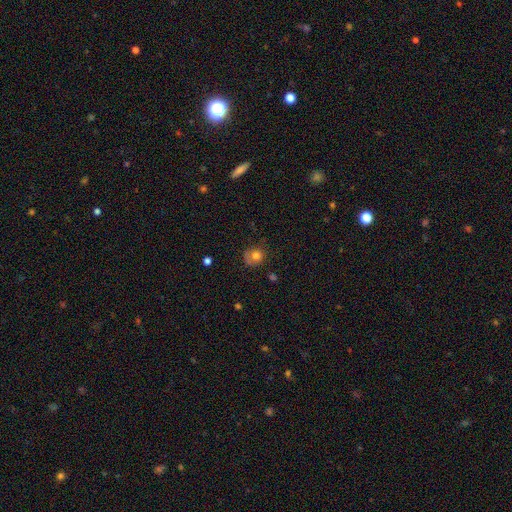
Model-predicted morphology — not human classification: Smooth or featured?
  - smooth: 69% *
  - featured or disk: 21%
  - star or artifact: 10%
How rounded?
  - round: 77% *
  - in between: 22%
  - cigar-shaped: 1%
Merging?
  - none: 55% *
  - minor disturbance: 25%
  - major disturbance: 18%
  - merger: 2%